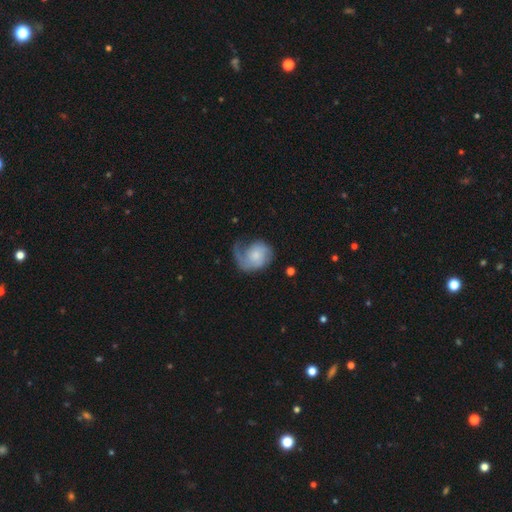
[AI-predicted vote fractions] This is likely a featured or disk galaxy (64%). It is clearly not viewed edge-on (98%). Bar: likely no (73%). Spiral arm pattern: clearly yes (90%). Spiral arm count: likely 1 (64%). Spiral winding: marginally loose (38%). Central bulge: possibly small (46%). Merging: marginally none (38%).